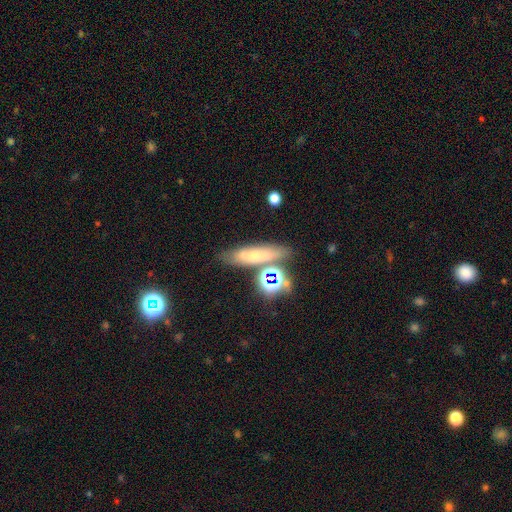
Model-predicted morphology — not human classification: Smooth or featured?
  - smooth: 55% *
  - featured or disk: 26%
  - star or artifact: 20%
How rounded?
  - cigar-shaped: 55% *
  - in between: 33%
  - round: 13%
Merging?
  - none: 68% *
  - minor disturbance: 14%
  - merger: 13%
  - major disturbance: 5%